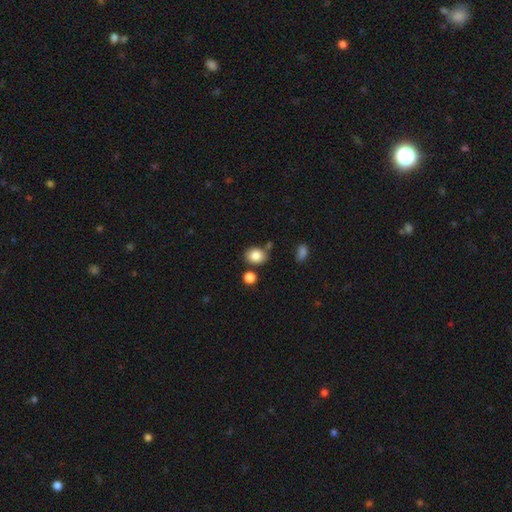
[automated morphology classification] The model was most divided on "how rounded": round: 50%, in between: 49%, cigar-shaped: 1%. More confident: smooth or featured — smooth (84%); merging — none (74%).